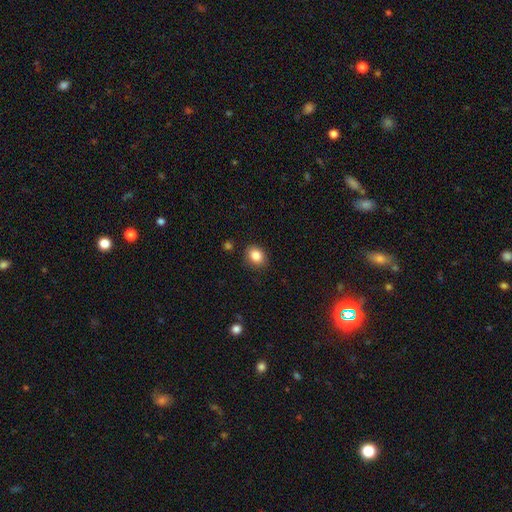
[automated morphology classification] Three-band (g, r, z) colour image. It shows a smooth galaxy with no disk features (85%) that is in between round and cigar-shaped (50%). Merging: none (85%).